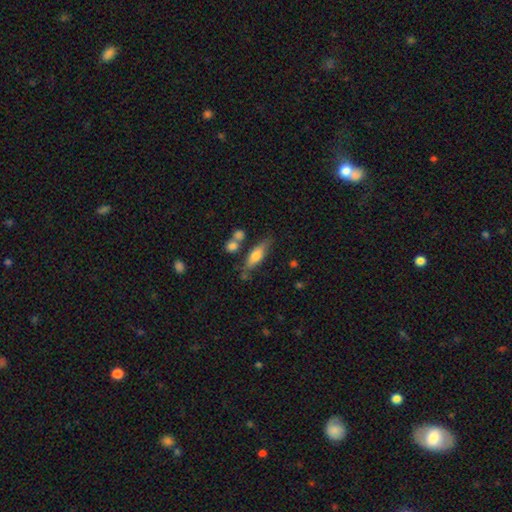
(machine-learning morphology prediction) The model was most divided on "how rounded": cigar-shaped: 51%, in between: 46%, round: 3%. More confident: merging — none (66%); smooth or featured — smooth (56%).